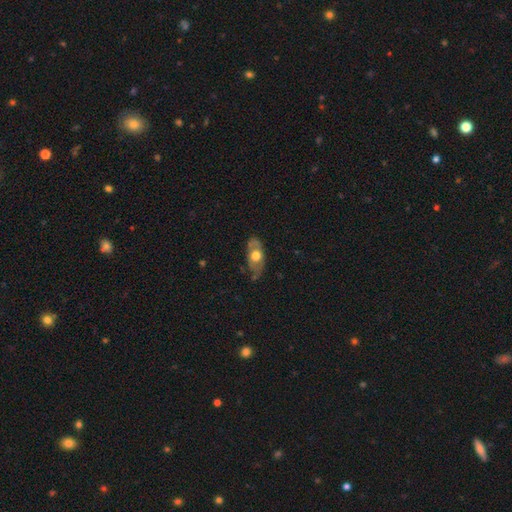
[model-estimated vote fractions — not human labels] featured or disk 49%, smooth 45%, star or artifact 6%. Down the decision tree: merging — none (69%).